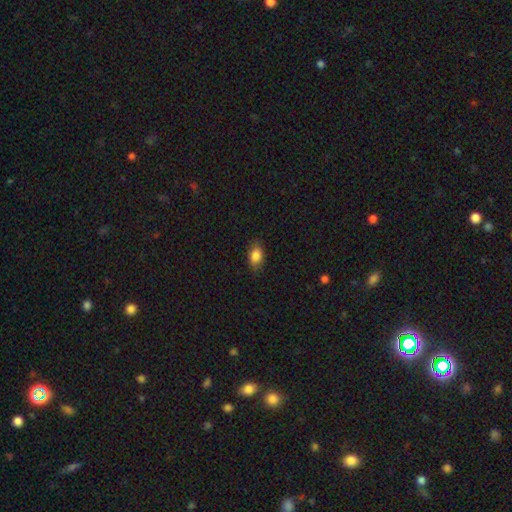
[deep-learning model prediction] This is clearly a smooth galaxy (84%). How rounded: clearly in between (85%). Merging: clearly none (83%).